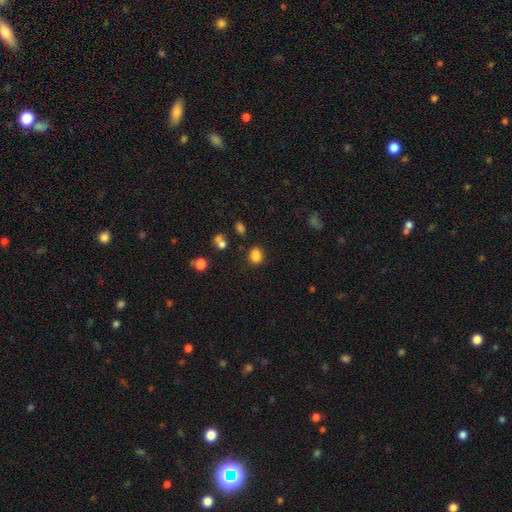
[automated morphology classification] The model was most divided on "how rounded": in between: 51%, round: 48%, cigar-shaped: 1%. More confident: smooth or featured — smooth (84%); merging — none (79%).